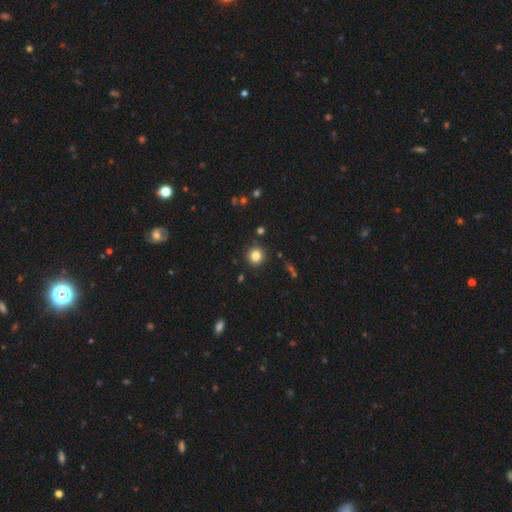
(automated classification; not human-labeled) Q: Smooth or featured?
A: smooth (82%); runner-up: star or artifact (12%)
Q: How rounded?
A: round (92%); runner-up: in between (7%)
Q: Merging?
A: none (89%); runner-up: minor disturbance (6%)